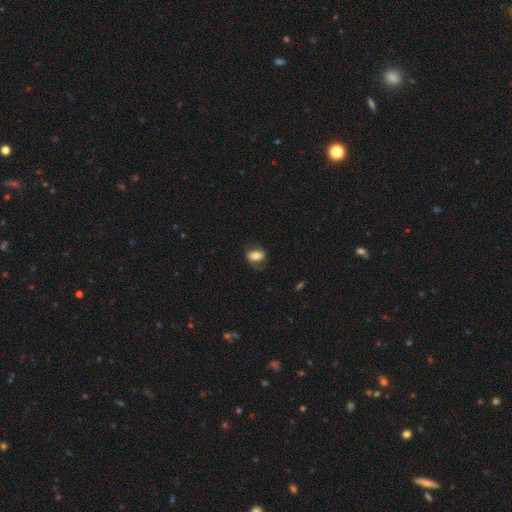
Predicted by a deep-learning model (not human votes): smooth 71%, featured or disk 21%, star or artifact 8%. Down the decision tree: how rounded — in between (83%); merging — none (66%).